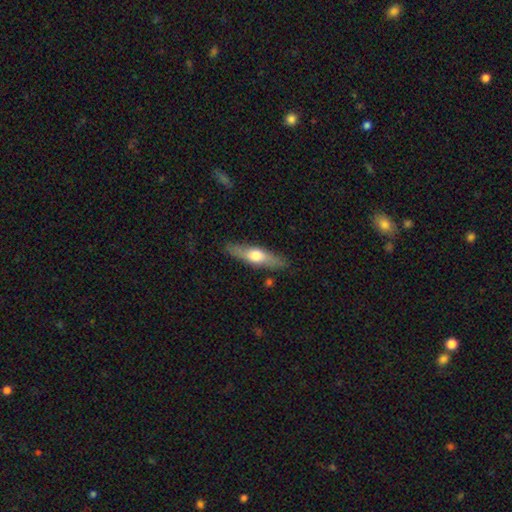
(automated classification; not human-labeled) The model was most divided on "smooth or featured" (2-way tie): featured or disk: 47%, smooth: 47%, star or artifact: 5%. More confident: merging — none (84%).